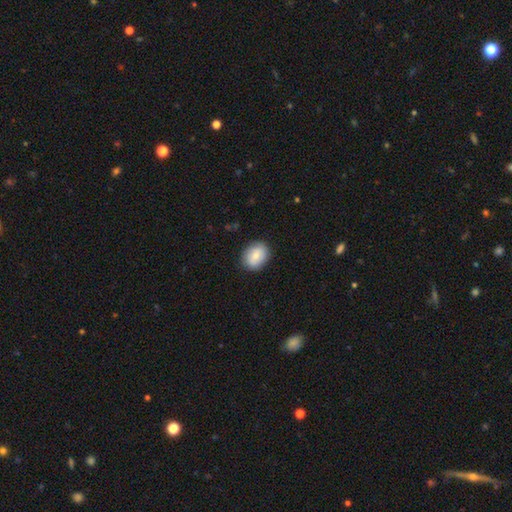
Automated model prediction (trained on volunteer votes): Smooth or featured?
  - smooth: 78% *
  - featured or disk: 15%
  - star or artifact: 7%
How rounded?
  - in between: 52% *
  - round: 47%
  - cigar-shaped: 1%
Merging?
  - none: 86% *
  - minor disturbance: 11%
  - major disturbance: 3%
  - merger: 1%